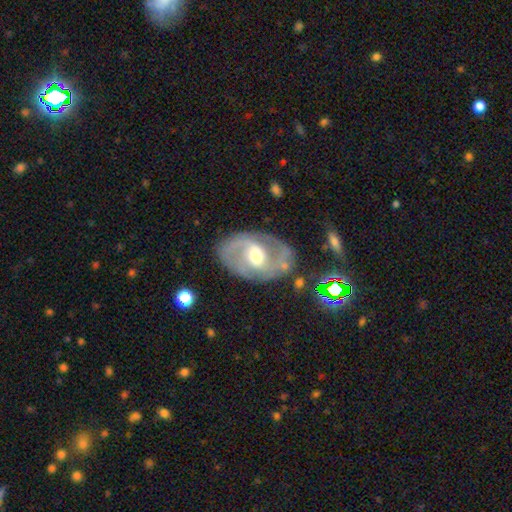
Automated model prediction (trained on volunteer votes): The model was most divided on "bar": weak: 50%, no: 28%, strong: 22%. More confident: edge-on disk — no (96%); spiral arms — yes (90%); spiral arm count — 2 (83%); smooth or featured — featured or disk (82%); merging — none (73%); bulge size — moderate (68%); spiral winding — medium (51%).